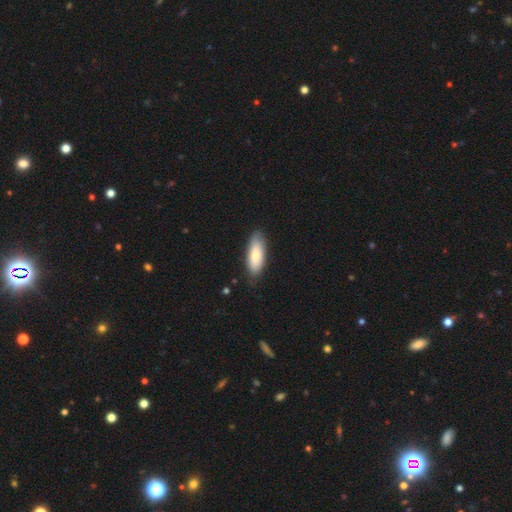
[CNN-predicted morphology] This is likely a smooth galaxy (80%). How rounded: likely in between (73%). Merging: clearly none (82%).